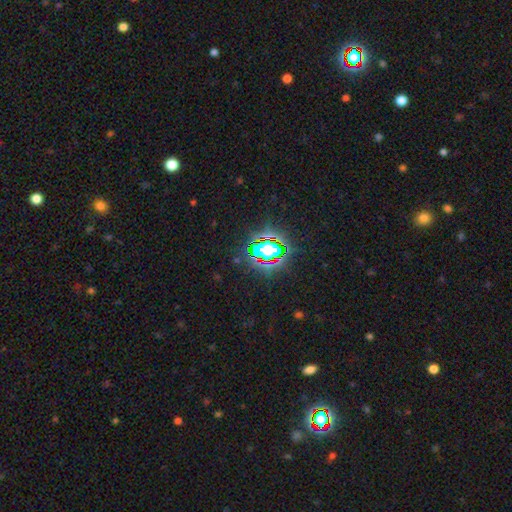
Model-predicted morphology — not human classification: type=star or artifact (79%).